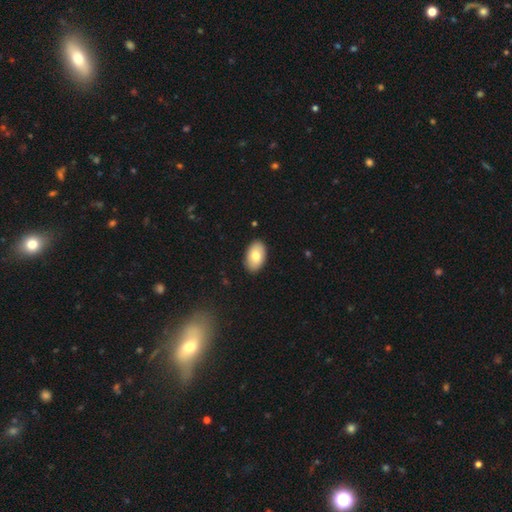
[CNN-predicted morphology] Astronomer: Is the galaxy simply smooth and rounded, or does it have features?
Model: smooth — 78%.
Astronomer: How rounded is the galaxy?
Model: in between — 93%.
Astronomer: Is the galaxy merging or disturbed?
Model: none — 89%.